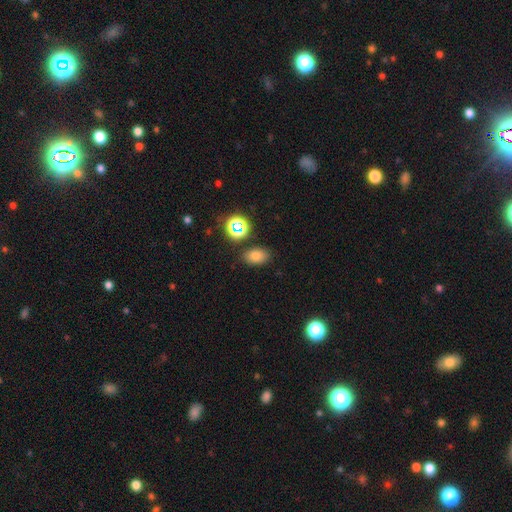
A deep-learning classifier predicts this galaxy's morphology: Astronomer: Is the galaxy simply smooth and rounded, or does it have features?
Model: smooth — 74%.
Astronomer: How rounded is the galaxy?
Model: in between — 81%.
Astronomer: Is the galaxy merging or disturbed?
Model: none — 83%.